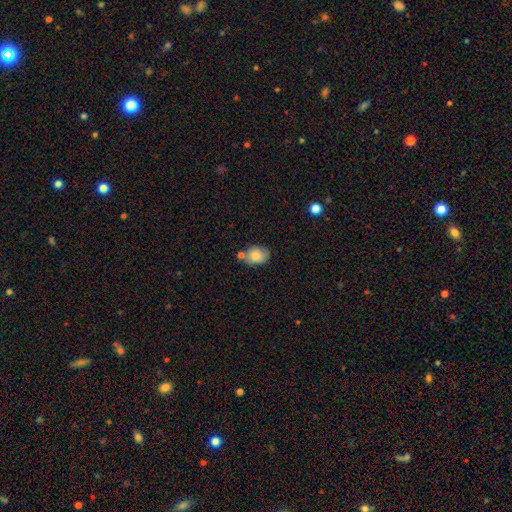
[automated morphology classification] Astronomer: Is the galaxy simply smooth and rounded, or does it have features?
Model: smooth — 80%.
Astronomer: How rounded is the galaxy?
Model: in between — 65%.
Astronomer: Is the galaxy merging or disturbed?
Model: none — 59%.